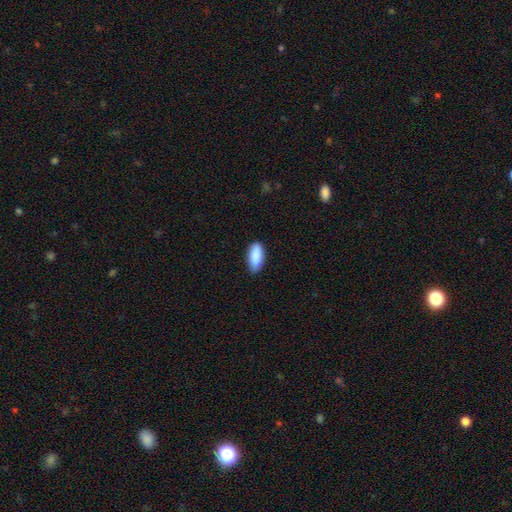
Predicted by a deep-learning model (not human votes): A smooth galaxy with no disk features (89%) that is in between round and cigar-shaped (85%).

Vote fractions:
- Smooth or featured? smooth: 89% / star or artifact: 6% / featured or disk: 5%
- How rounded? in between: 85% / cigar-shaped: 14% / round: 2%
- Merging? none: 79% / minor disturbance: 18% / major disturbance: 3% / merger: 1%